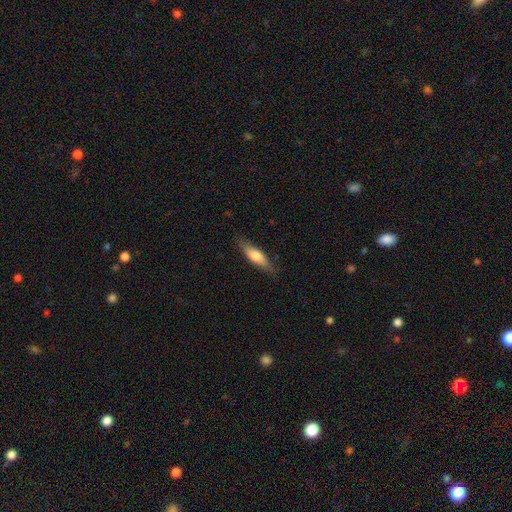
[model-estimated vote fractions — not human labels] smooth_or_featured: smooth (p=0.67) [alt: featured or disk p=0.27]
how_rounded: cigar-shaped (p=0.59) [alt: in between p=0.39]
merging: none (p=0.81) [alt: minor disturbance p=0.15]